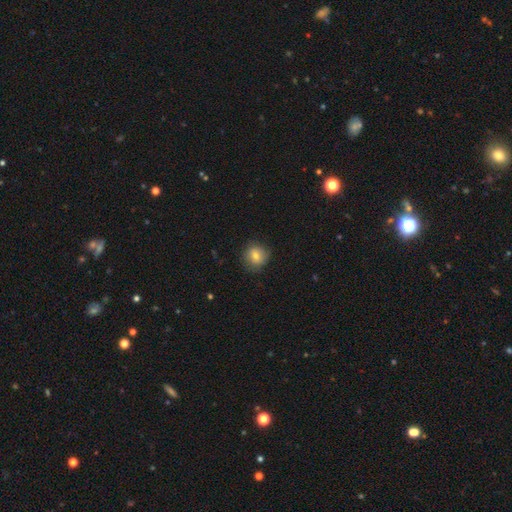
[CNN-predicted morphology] This appears to be a smooth galaxy with no disk features (75%) that is round (87%). Merging: none (81%).